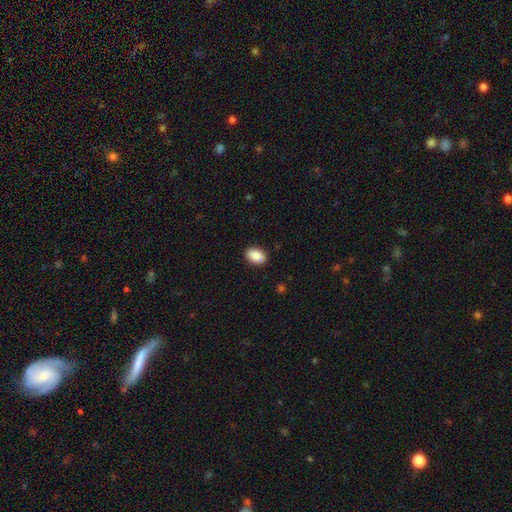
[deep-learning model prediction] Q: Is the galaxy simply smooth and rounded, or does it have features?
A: smooth — 87%.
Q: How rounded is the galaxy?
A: in between — 84%.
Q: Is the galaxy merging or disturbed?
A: none — 89%.